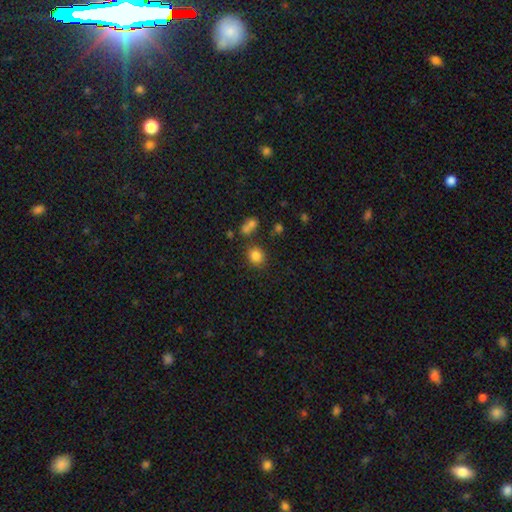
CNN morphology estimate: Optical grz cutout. It shows a smooth galaxy with no disk features (84%) that is round (76%). Merging: none (77%).